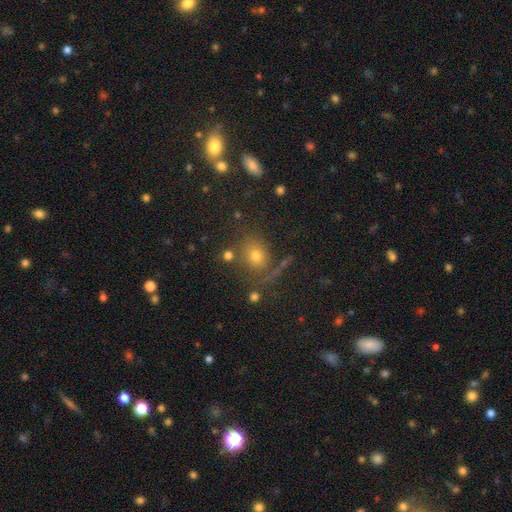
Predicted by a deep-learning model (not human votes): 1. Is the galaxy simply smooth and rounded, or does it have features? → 62% smooth, 21% star or artifact, 16% featured or disk.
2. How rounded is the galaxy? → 70% round, 28% in between, 2% cigar-shaped.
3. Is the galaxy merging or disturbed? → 69% none, 13% minor disturbance, 9% merger, 9% major disturbance.